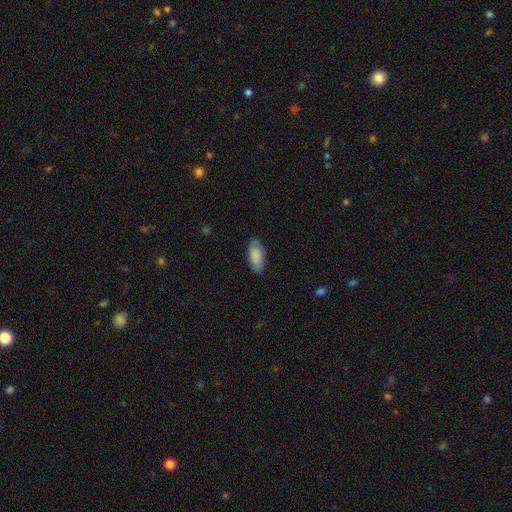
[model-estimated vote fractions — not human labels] A smooth galaxy with no disk features (83%) that is in between round and cigar-shaped (91%). Merging: none (82%).